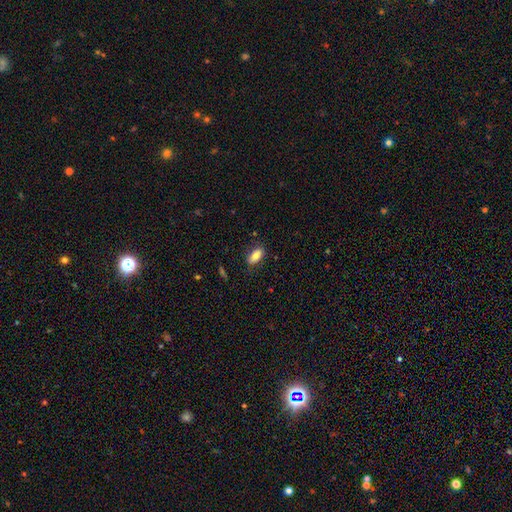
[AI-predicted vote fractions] The model was most divided on "smooth or featured": smooth: 80%, featured or disk: 13%, star or artifact: 8%. More confident: how rounded — in between (87%); merging — none (82%).